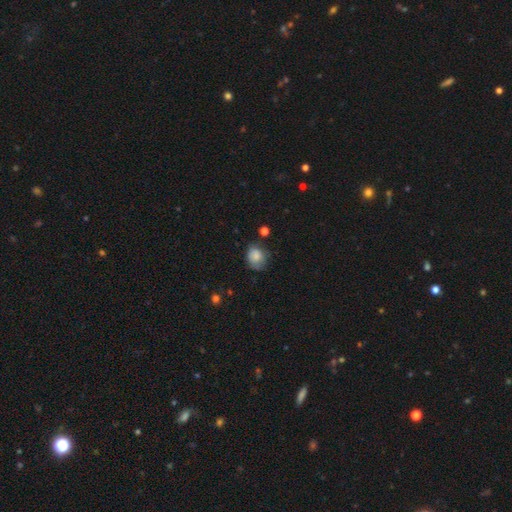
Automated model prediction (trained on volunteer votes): Morphology: type=smooth (79%); roundness=round (62%); merging=none (57%).